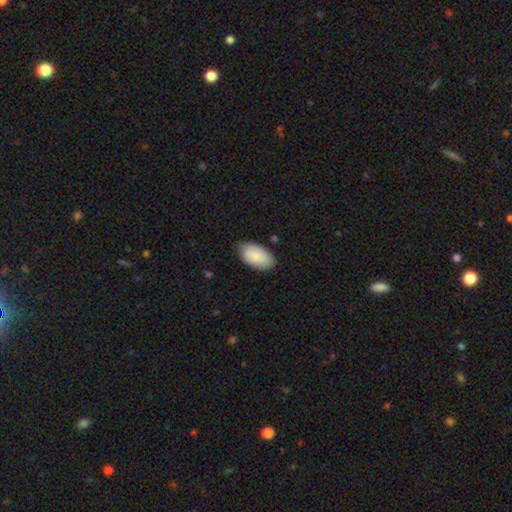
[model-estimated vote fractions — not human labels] Q: Smooth or featured?
A: smooth (84%); runner-up: featured or disk (10%)
Q: How rounded?
A: in between (95%); runner-up: round (3%)
Q: Merging?
A: none (76%); runner-up: minor disturbance (19%)